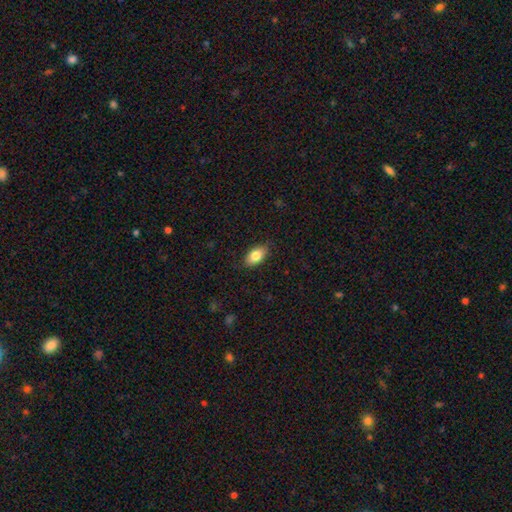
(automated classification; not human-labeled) A smooth galaxy with no disk features (81%) that is in between round and cigar-shaped (91%).

Vote fractions:
- Smooth or featured? smooth: 81% / featured or disk: 11% / star or artifact: 7%
- How rounded? in between: 91% / round: 7% / cigar-shaped: 3%
- Merging? none: 85% / minor disturbance: 12% / major disturbance: 2% / merger: 1%